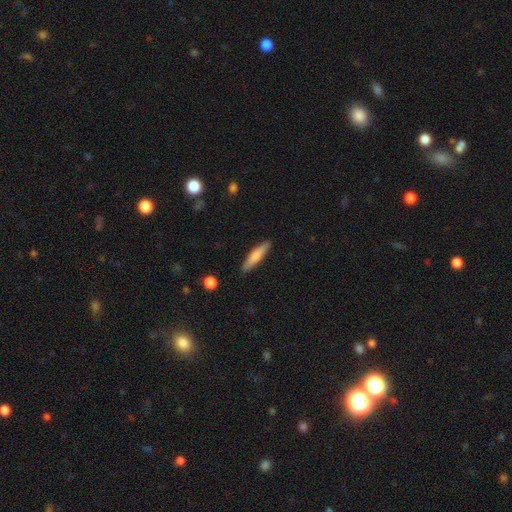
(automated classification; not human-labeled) A smooth galaxy with no disk features (71%) that is cigar-shaped (85%).

Vote fractions:
- Smooth or featured? smooth: 71% / featured or disk: 23% / star or artifact: 6%
- How rounded? cigar-shaped: 85% / in between: 13% / round: 1%
- Merging? none: 89% / minor disturbance: 8% / major disturbance: 2% / merger: 1%